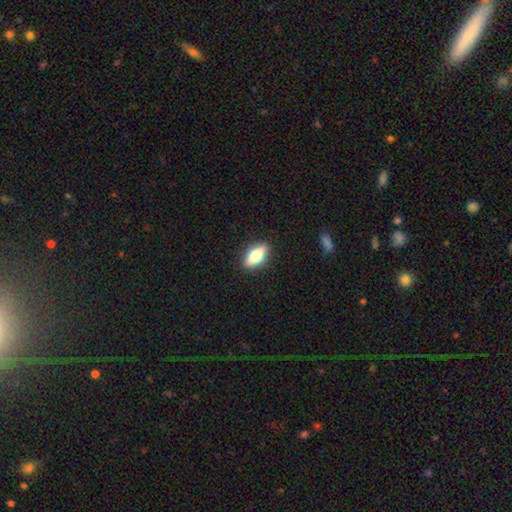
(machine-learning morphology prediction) Smooth or featured: smooth — 59% (featured or disk — 34%)
How rounded: in between — 74% (cigar-shaped — 21%)
Merging: none — 88% (minor disturbance — 9%)